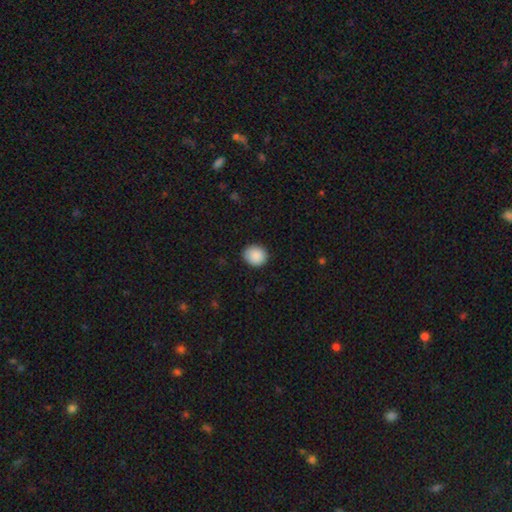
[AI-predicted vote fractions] smooth_or_featured: smooth (p=0.89) [alt: star or artifact p=0.08]
how_rounded: round (p=0.78) [alt: in between p=0.21]
merging: none (p=0.88) [alt: minor disturbance p=0.09]